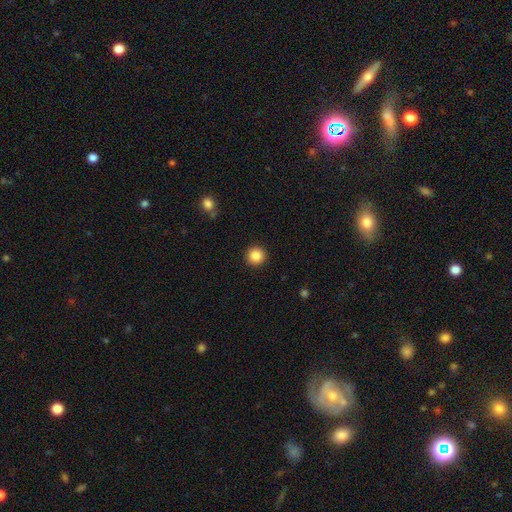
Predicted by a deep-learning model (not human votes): Smooth or featured?
  - smooth: 86% *
  - star or artifact: 10%
  - featured or disk: 4%
How rounded?
  - round: 95% *
  - in between: 4%
  - cigar-shaped: 1%
Merging?
  - none: 92% *
  - minor disturbance: 5%
  - major disturbance: 2%
  - merger: 1%